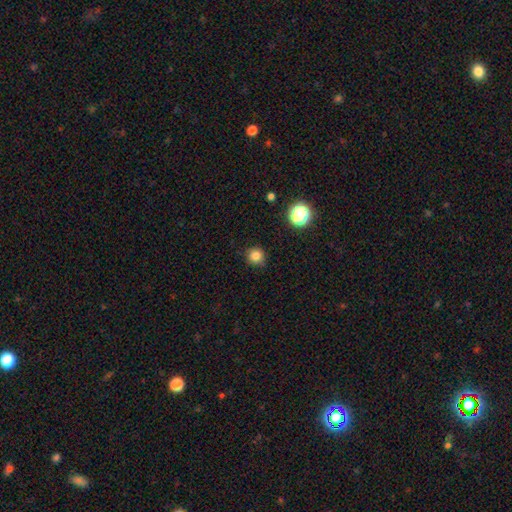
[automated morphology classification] smooth-or-featured: smooth: 82% | star or artifact: 13% | featured or disk: 5%
  how-rounded: round: 93% | in between: 6% | cigar-shaped: 1%
  merging: none: 88% | minor disturbance: 9% | major disturbance: 2% | merger: 1%